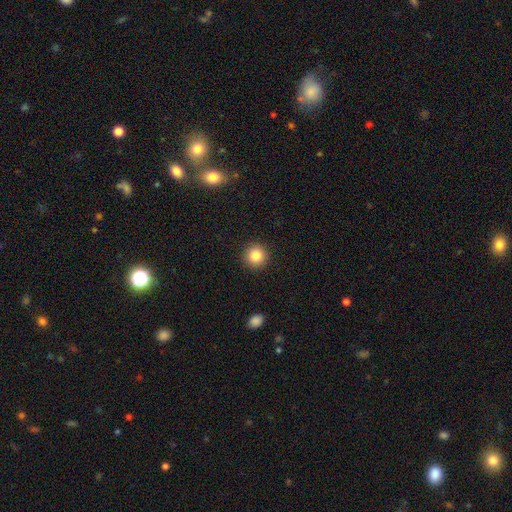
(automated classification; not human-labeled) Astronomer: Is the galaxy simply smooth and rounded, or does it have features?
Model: smooth — 85%.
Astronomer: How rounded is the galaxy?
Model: round — 94%.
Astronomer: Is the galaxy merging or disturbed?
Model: none — 92%.